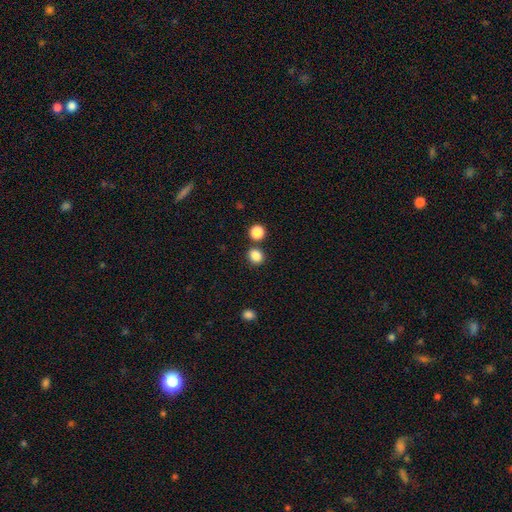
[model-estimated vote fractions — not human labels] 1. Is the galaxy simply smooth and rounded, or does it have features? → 85% smooth, 11% star or artifact, 4% featured or disk.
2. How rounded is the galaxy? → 75% round, 24% in between, 1% cigar-shaped.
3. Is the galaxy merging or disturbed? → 79% none, 10% merger, 8% minor disturbance, 3% major disturbance.